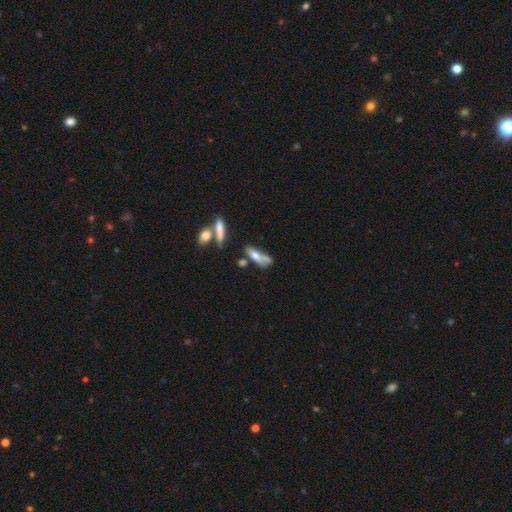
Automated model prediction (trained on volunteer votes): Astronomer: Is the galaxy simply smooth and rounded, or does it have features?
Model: smooth — 53% (runner-up: featured or disk, 38%).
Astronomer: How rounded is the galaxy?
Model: in between — 52% (runner-up: cigar-shaped, 45%).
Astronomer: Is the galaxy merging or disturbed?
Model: none — 32% (runner-up: merger, 31%).